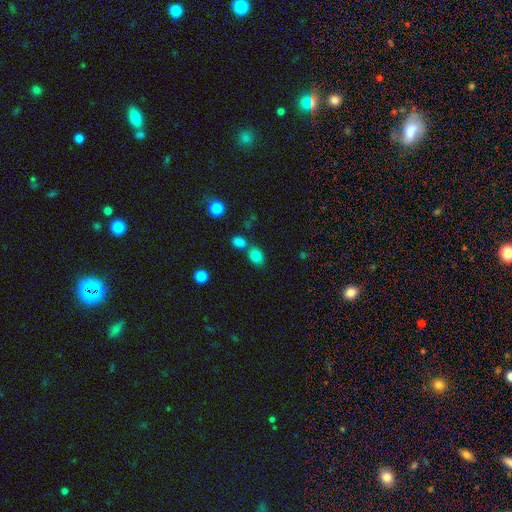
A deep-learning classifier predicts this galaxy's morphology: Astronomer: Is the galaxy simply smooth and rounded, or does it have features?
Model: smooth — 82%.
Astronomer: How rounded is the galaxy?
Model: in between — 55% (runner-up: round, 44%).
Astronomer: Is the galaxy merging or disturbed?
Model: none — 61%.